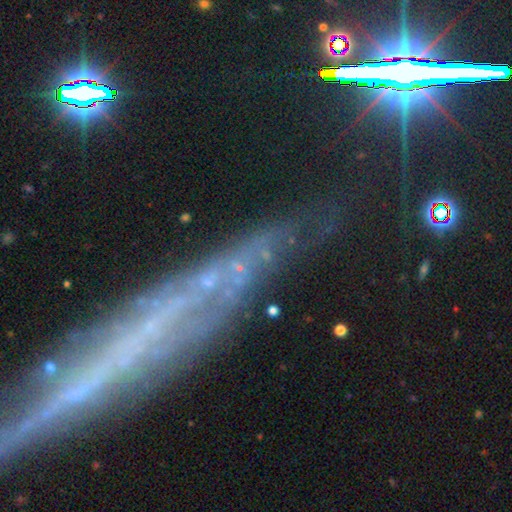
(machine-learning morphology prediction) Q: Smooth or featured?
A: featured or disk (50%); runner-up: star or artifact (32%)
Q: Merging?
A: none (71%); runner-up: minor disturbance (18%)